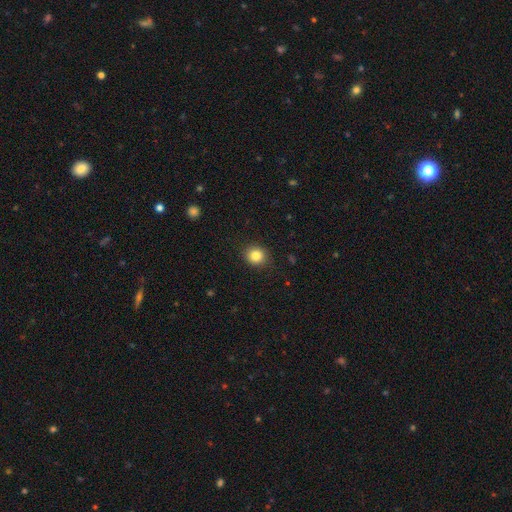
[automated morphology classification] The model was most divided on "how rounded": round: 84%, in between: 15%, cigar-shaped: 1%. More confident: merging — none (90%); smooth or featured — smooth (84%).